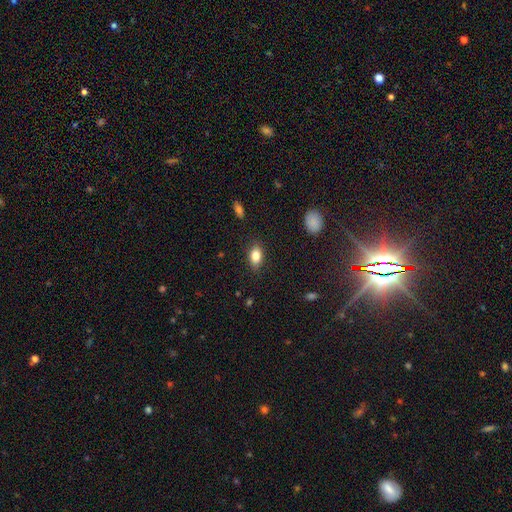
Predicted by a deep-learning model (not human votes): A smooth galaxy with no disk features (83%) that is in between round and cigar-shaped (86%). Merging: none (83%).